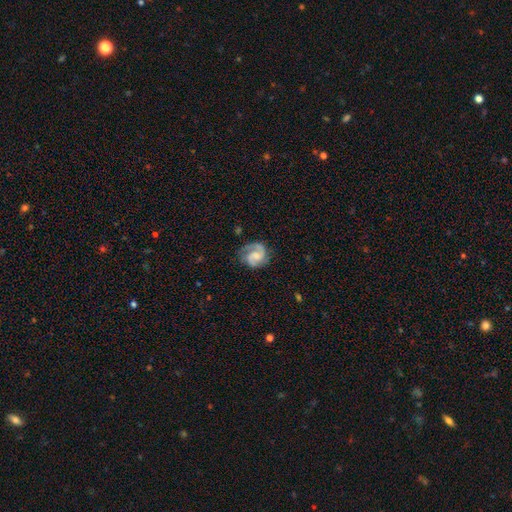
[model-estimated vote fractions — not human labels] Smooth or featured: featured or disk — 87% (smooth — 8%)
Edge-on disk: no — 98% (yes — 2%)
Bar: no — 51% (weak — 40%)
Spiral arms: yes — 98% (no — 2%)
Spiral winding: medium — 53% (tight — 32%)
Spiral arm count: 2 — 89% (1 — 3%)
Bulge size: small — 43% (moderate — 36%)
Merging: none — 76% (minor disturbance — 17%)